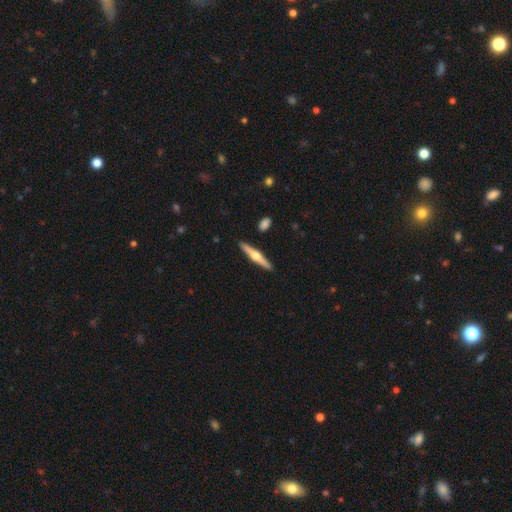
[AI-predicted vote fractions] Overall: featured or disk (65%; smooth 30%). Edge-on disk: yes (97%). Edge-on bulge: rounded (94%). Merging: none (91%).